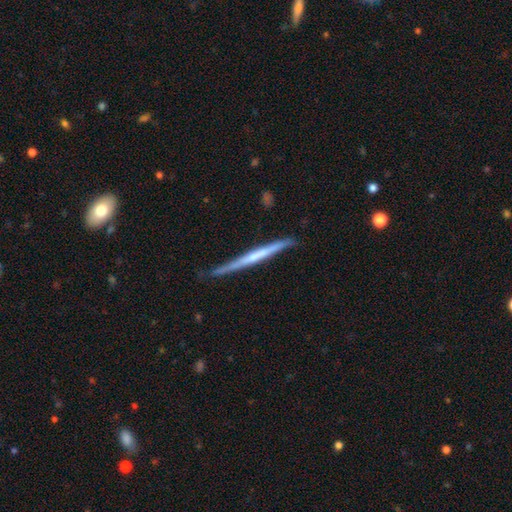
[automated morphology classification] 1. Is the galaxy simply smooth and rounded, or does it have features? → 70% featured or disk, 23% smooth, 6% star or artifact.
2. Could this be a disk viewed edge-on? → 98% yes, 2% no.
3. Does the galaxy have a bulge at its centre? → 48% none, 43% rounded, 9% boxy.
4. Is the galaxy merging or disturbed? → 85% none, 12% minor disturbance, 2% major disturbance, 2% merger.